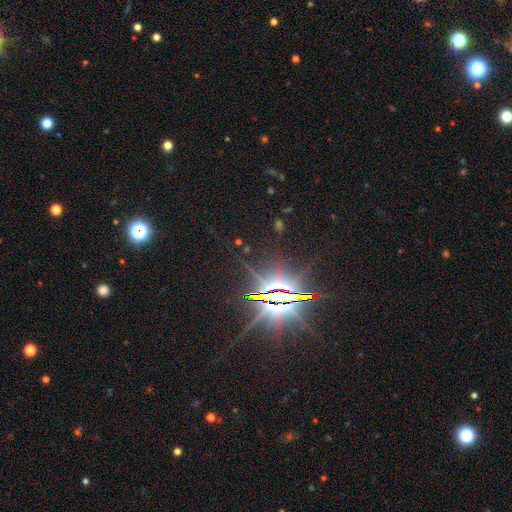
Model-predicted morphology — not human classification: Smooth or featured?
  - star or artifact: 87% *
  - featured or disk: 7%
  - smooth: 6%